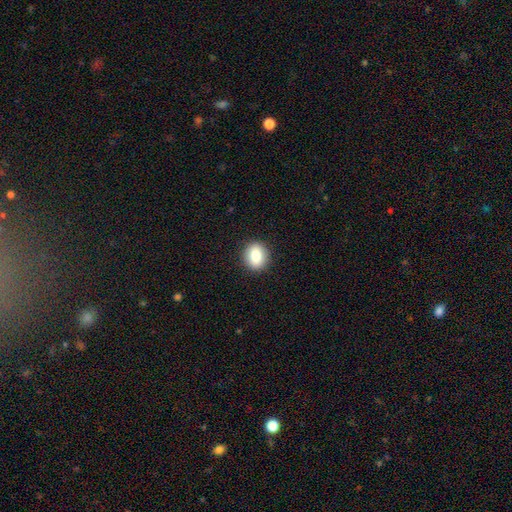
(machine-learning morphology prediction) A smooth galaxy with no disk features (83%) that is round (59%). Merging: none (90%).